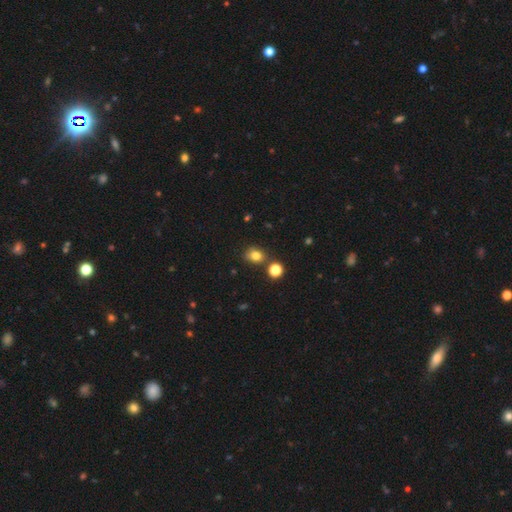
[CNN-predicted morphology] Overall: smooth (79%). How rounded: round (55%; in between 43%). Merging: none (71%).